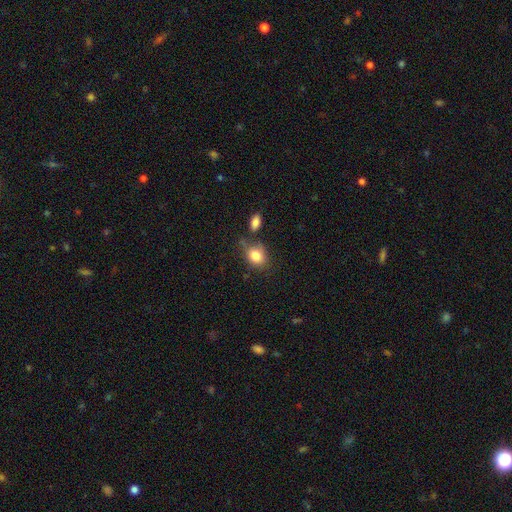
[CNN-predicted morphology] Smooth or featured? Predicted: smooth (p=0.83). How rounded? Predicted: in between (p=0.50). Merging? Predicted: none (p=0.58).